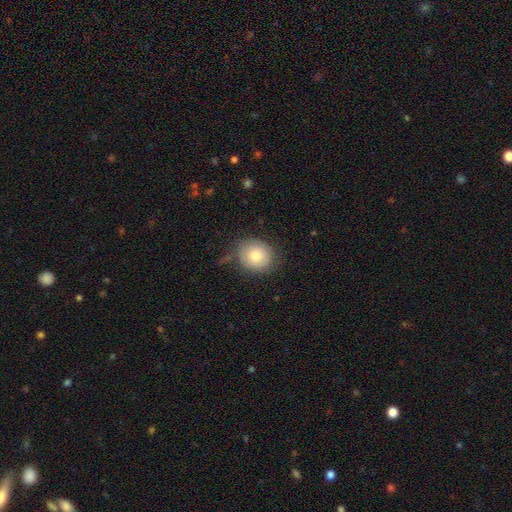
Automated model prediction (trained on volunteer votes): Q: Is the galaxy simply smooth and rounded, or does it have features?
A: smooth — 74%.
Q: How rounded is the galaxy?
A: round — 73%.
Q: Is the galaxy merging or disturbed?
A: none — 71%.